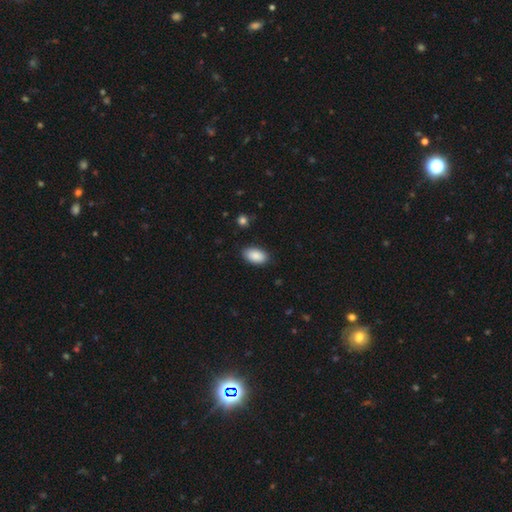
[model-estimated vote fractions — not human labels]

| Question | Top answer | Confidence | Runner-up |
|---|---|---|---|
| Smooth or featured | smooth | 90% | star or artifact (6%) |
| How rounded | in between | 94% | round (4%) |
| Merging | none | 86% | minor disturbance (10%) |